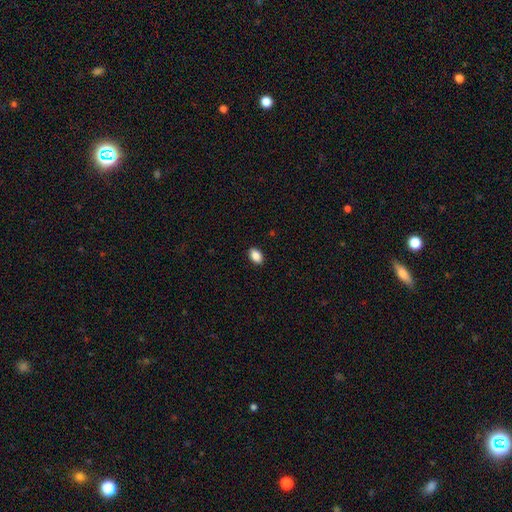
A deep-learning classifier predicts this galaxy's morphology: smooth-or-featured: smooth: 89% | star or artifact: 8% | featured or disk: 4%
  how-rounded: in between: 88% | round: 10% | cigar-shaped: 2%
  merging: none: 90% | minor disturbance: 7% | major disturbance: 2% | merger: 1%